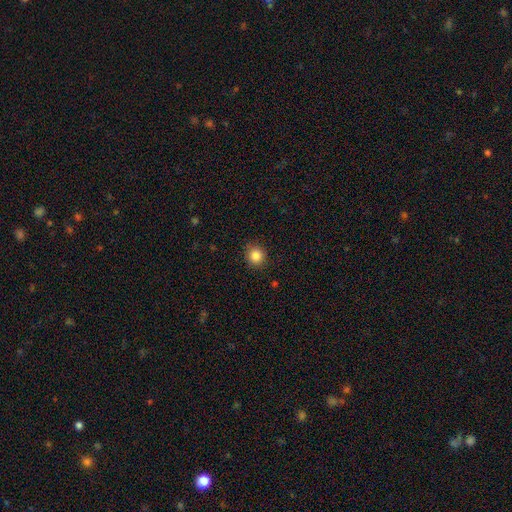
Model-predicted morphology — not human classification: Overall: smooth (85%). How rounded: round (89%). Merging: none (89%).